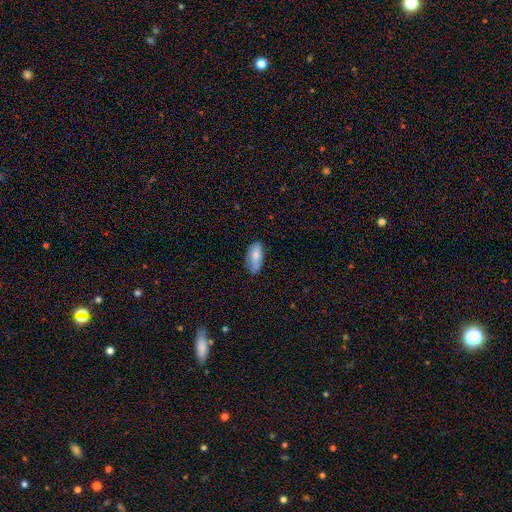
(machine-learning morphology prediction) Smooth or featured? Predicted: smooth (p=0.79). How rounded? Predicted: in between (p=0.84). Merging? Predicted: none (p=0.70).